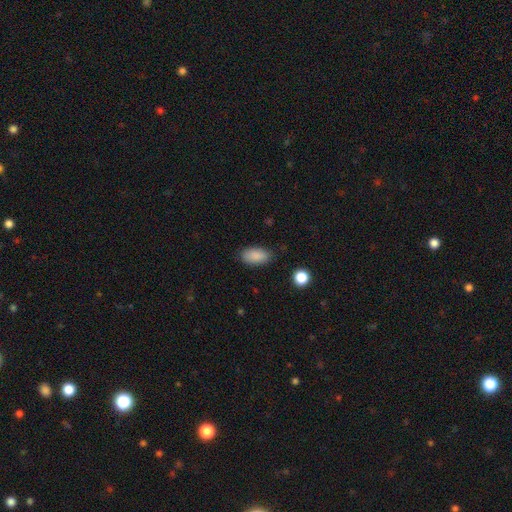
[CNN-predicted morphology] A smooth galaxy with no disk features (88%) that is in between round and cigar-shaped (93%).

Vote fractions:
- Smooth or featured? smooth: 88% / star or artifact: 8% / featured or disk: 4%
- How rounded? in between: 93% / round: 4% / cigar-shaped: 3%
- Merging? none: 81% / minor disturbance: 14% / major disturbance: 3% / merger: 1%